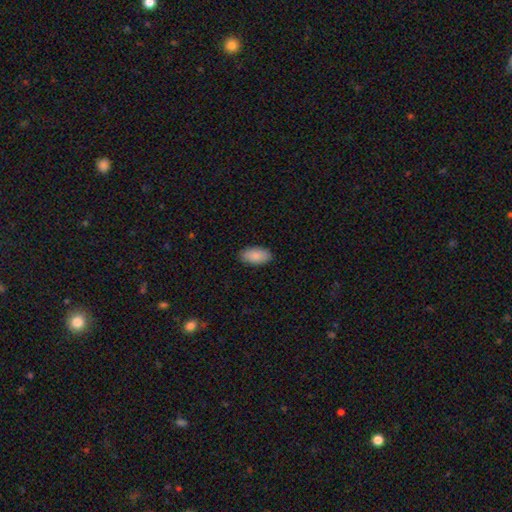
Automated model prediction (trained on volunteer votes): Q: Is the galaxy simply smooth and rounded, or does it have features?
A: smooth — 88%.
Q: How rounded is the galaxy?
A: in between — 95%.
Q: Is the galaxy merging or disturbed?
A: none — 89%.